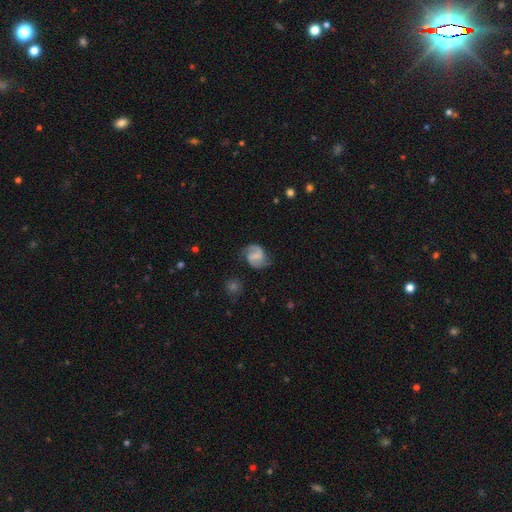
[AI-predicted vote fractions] Smooth or featured?
  - featured or disk: 77% *
  - smooth: 17%
  - star or artifact: 6%
Edge-on disk?
  - no: 98% *
  - yes: 2%
Bar?
  - weak: 51% *
  - no: 32%
  - strong: 17%
Spiral arms?
  - yes: 96% *
  - no: 4%
Spiral winding?
  - medium: 51% *
  - loose: 26%
  - tight: 23%
Spiral arm count?
  - 2: 91% *
  - can't tell: 4%
  - 1: 2%
  - 3: 1%
  - 4: 1%
  - more than 4: 1%
Bulge size?
  - small: 48% *
  - none: 26%
  - moderate: 23%
  - large: 2%
  - dominant: 1%
Merging?
  - none: 76% *
  - minor disturbance: 17%
  - major disturbance: 6%
  - merger: 2%